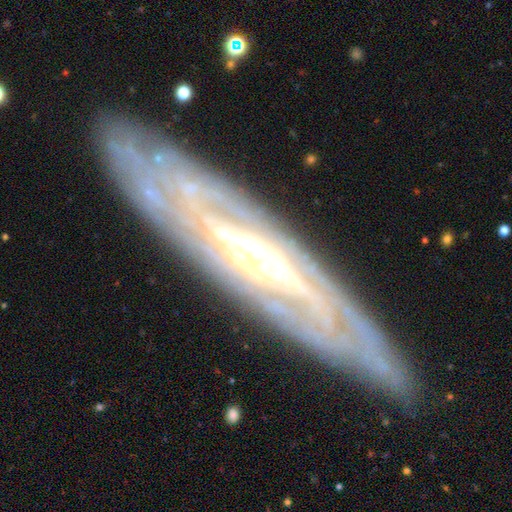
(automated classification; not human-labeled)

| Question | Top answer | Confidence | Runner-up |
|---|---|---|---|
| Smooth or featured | featured or disk | 86% | smooth (8%) |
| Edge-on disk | no | 65% | yes (35%) |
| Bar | weak | 37% | strong (33%) |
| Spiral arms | yes | 91% | no (9%) |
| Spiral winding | tight | 79% | medium (17%) |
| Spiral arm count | can't tell | 54% | 2 (14%) |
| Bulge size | small | 51% | moderate (40%) |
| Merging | none | 85% | minor disturbance (11%) |